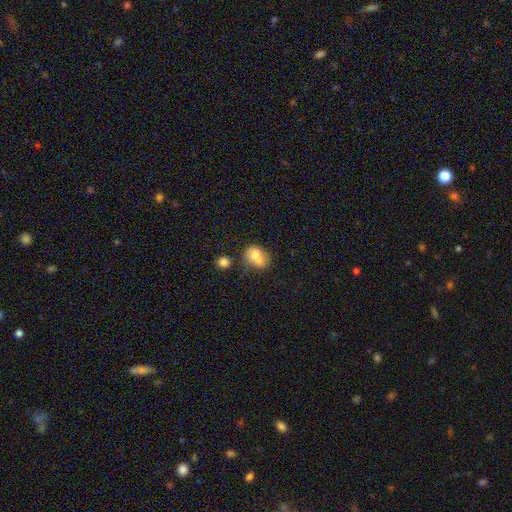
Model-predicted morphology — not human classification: type=smooth (72%); roundness=in between (52%); merging=merger (41%).